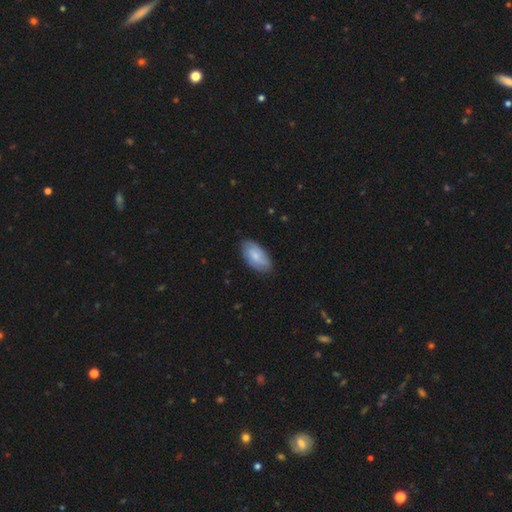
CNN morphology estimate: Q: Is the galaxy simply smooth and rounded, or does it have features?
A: smooth — 68%.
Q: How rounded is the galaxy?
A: in between — 93%.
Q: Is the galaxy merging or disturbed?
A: none — 79%.